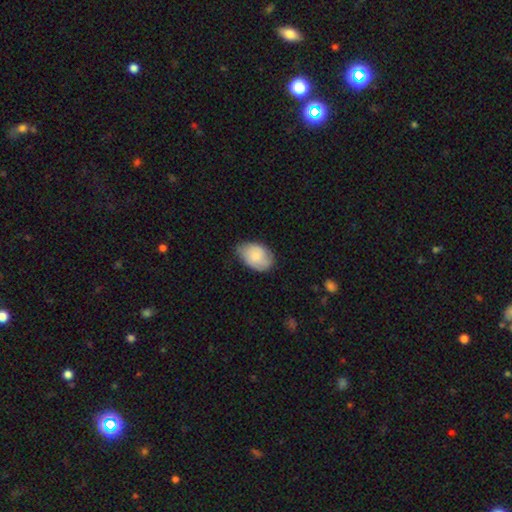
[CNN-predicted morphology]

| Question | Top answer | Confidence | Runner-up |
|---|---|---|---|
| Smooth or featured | smooth | 72% | featured or disk (22%) |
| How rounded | in between | 86% | round (13%) |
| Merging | none | 62% | minor disturbance (32%) |